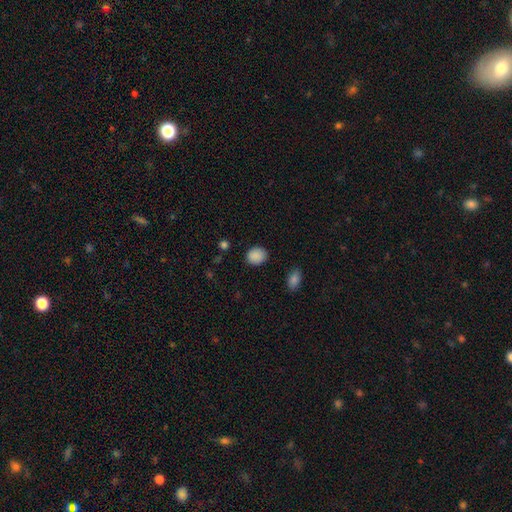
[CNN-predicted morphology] Smooth or featured: smooth — 89% (star or artifact — 8%)
How rounded: round — 56% (in between — 43%)
Merging: none — 86% (minor disturbance — 10%)